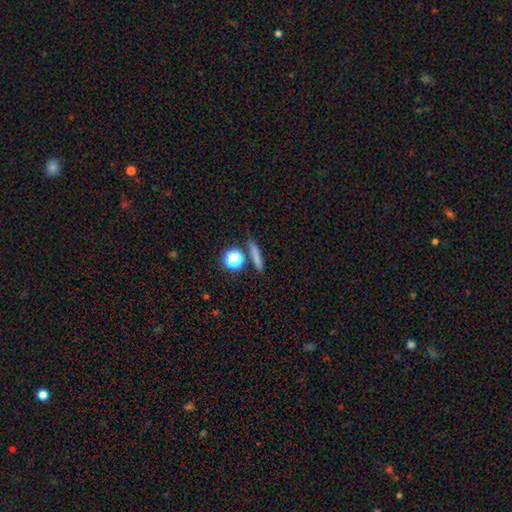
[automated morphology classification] Smooth or featured?
  - smooth: 73% *
  - star or artifact: 14%
  - featured or disk: 13%
How rounded?
  - cigar-shaped: 67% *
  - round: 20%
  - in between: 13%
Merging?
  - none: 80% *
  - minor disturbance: 9%
  - merger: 7%
  - major disturbance: 3%